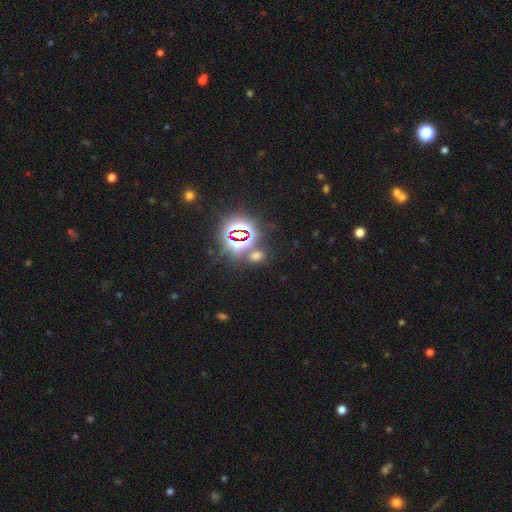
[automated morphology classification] Smooth or featured? Predicted: star or artifact (p=0.51).